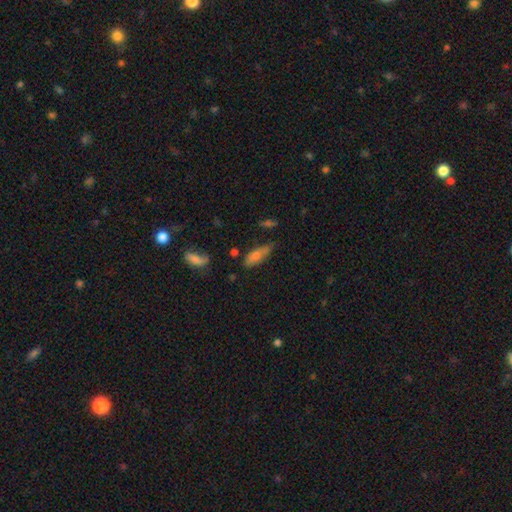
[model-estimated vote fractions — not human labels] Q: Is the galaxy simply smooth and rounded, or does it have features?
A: smooth — 67%.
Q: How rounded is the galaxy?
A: in between — 68%.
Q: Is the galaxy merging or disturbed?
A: none — 54%.